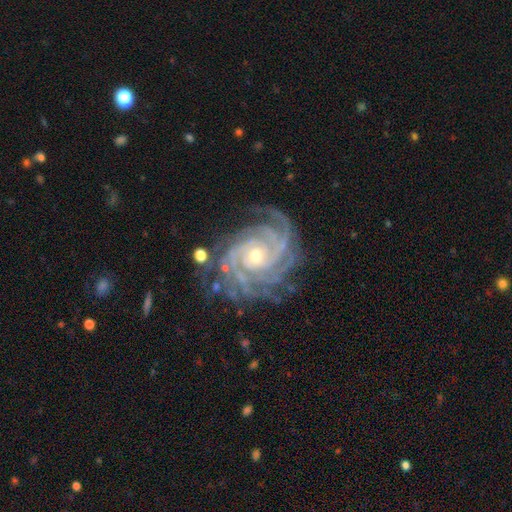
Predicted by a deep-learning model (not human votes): Smooth or featured? featured or disk (92%)
Edge-on disk? no (98%)
Bar? no (69%)
Spiral arms? yes (99%)
Spiral winding? tight (78%)
Spiral arm count? 4 (30%)
Bulge size? small (57%)
Merging? none (77%)